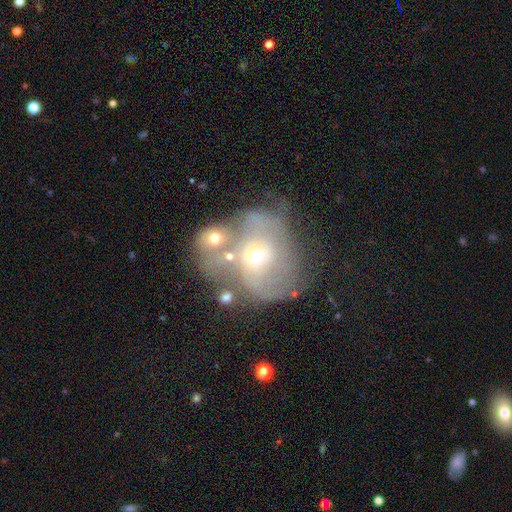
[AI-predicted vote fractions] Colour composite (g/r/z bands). It shows a featured or disk galaxy (53%) with no bar (77%), no spiral arms (52%) and a moderate central bulge (49%). Merging: merger (49%).